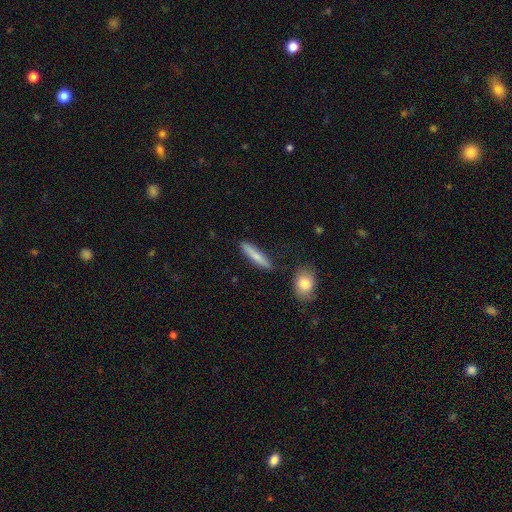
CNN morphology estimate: smooth_or_featured: smooth (p=0.69) [alt: featured or disk p=0.25]
how_rounded: cigar-shaped (p=0.87) [alt: in between p=0.11]
merging: none (p=0.86) [alt: minor disturbance p=0.08]